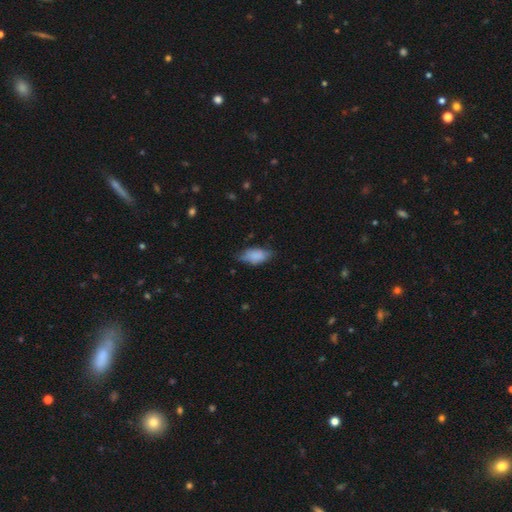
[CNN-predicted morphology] Overall: smooth (81%). How rounded: in between (91%). Merging: none (59%; minor disturbance 32%).